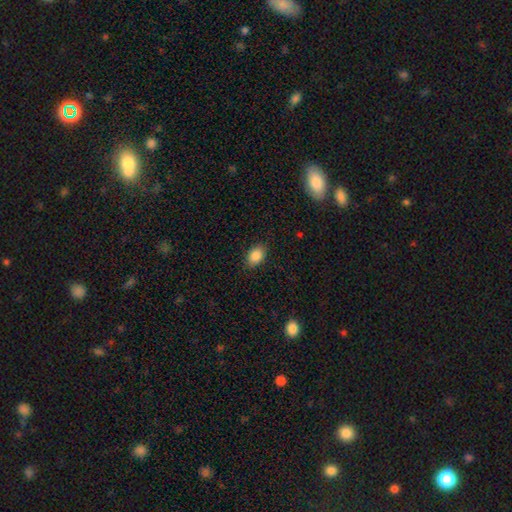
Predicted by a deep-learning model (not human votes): Smooth or featured?
  - smooth: 87% *
  - star or artifact: 8%
  - featured or disk: 5%
How rounded?
  - in between: 83% *
  - round: 16%
  - cigar-shaped: 1%
Merging?
  - none: 86% *
  - minor disturbance: 10%
  - major disturbance: 3%
  - merger: 1%